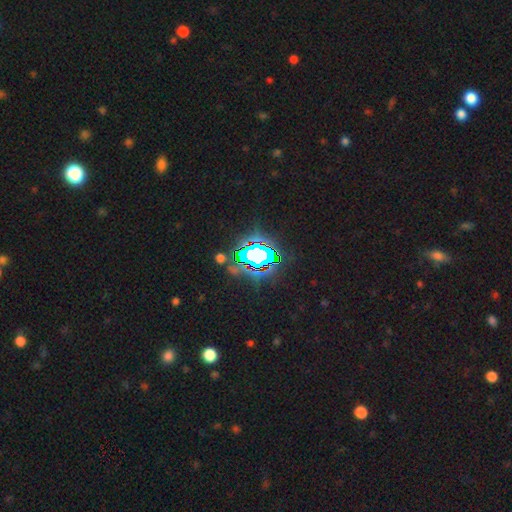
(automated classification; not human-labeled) Smooth or featured: star or artifact — 68% (smooth — 18%)